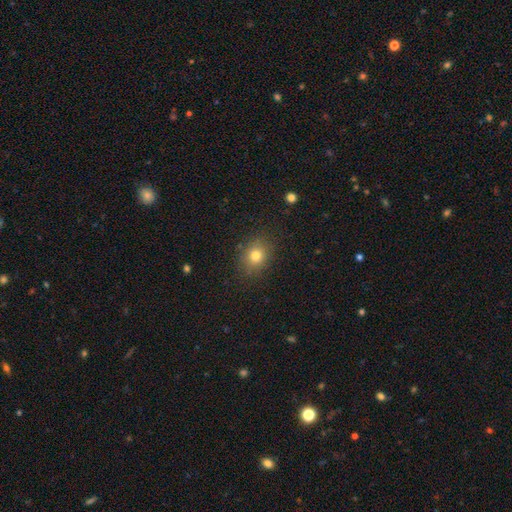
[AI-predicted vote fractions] smooth-or-featured: smooth: 79% | star or artifact: 12% | featured or disk: 8%
  how-rounded: round: 59% | in between: 40% | cigar-shaped: 1%
  merging: none: 85% | minor disturbance: 11% | major disturbance: 3% | merger: 1%